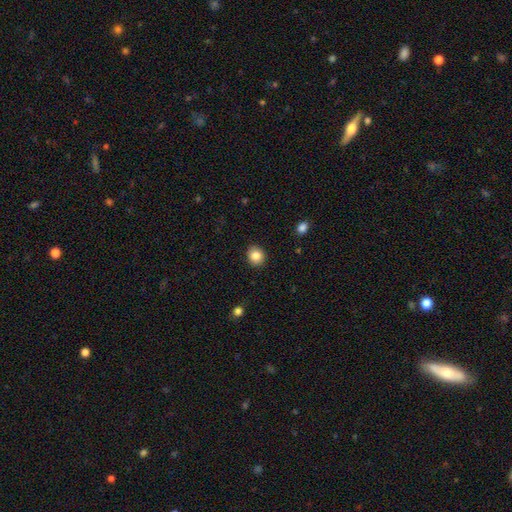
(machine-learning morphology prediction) This appears to be a smooth galaxy with no disk features (85%) that is round (73%). Merging: none (90%).